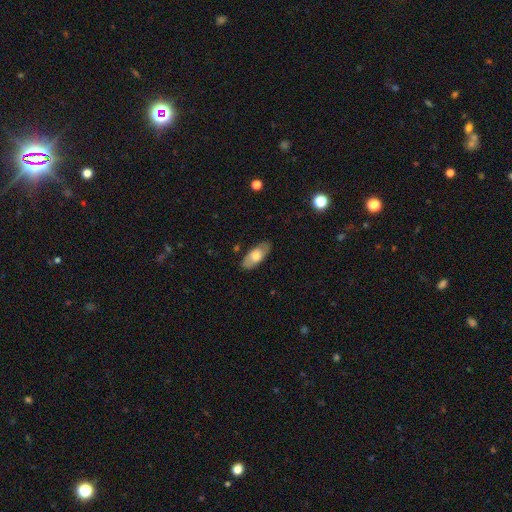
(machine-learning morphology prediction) Smooth or featured? Predicted: smooth (p=0.62). How rounded? Predicted: in between (p=0.88). Merging? Predicted: none (p=0.84).